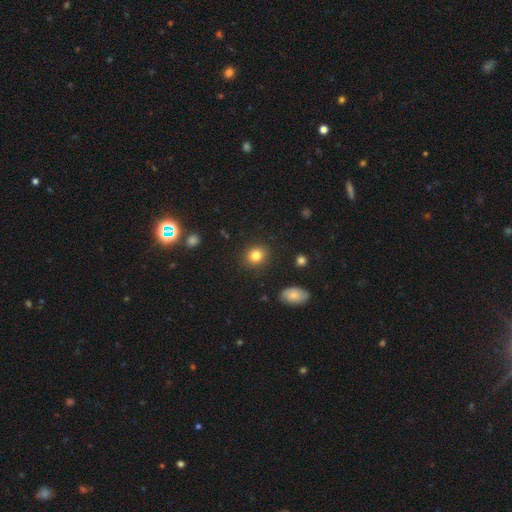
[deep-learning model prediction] Smooth or featured? Predicted: smooth (p=0.82). How rounded? Predicted: round (p=0.69). Merging? Predicted: none (p=0.89).